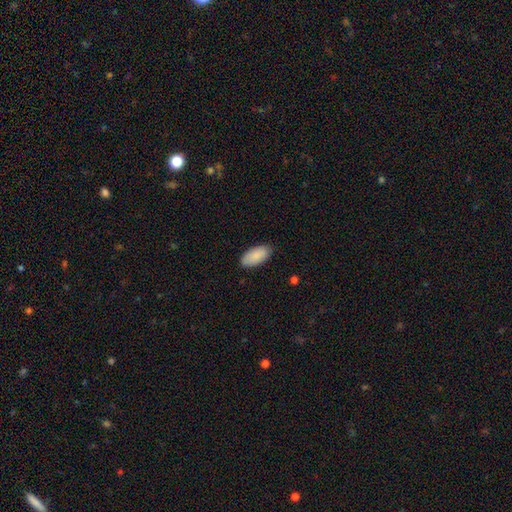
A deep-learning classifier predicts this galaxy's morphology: smooth-or-featured: smooth: 89% | featured or disk: 6% | star or artifact: 6%
  how-rounded: in between: 94% | cigar-shaped: 4% | round: 2%
  merging: none: 86% | minor disturbance: 11% | major disturbance: 2% | merger: 1%